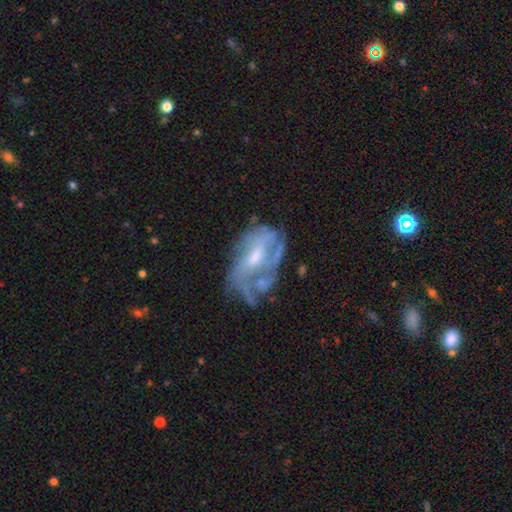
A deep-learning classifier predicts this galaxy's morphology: A featured or disk galaxy (76%) with a weak bar (43%, tied with no), spiral arms (68%) and a moderate central bulge (53%). Merging: none (40%).